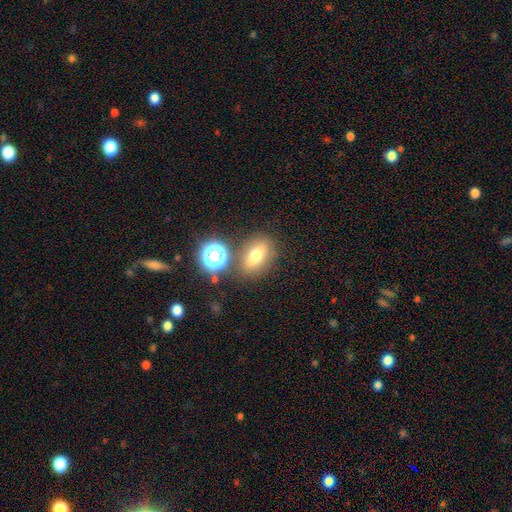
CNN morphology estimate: smooth-or-featured: smooth: 68% | featured or disk: 17% | star or artifact: 15%
  how-rounded: in between: 68% | round: 29% | cigar-shaped: 3%
  merging: none: 74% | minor disturbance: 12% | merger: 10% | major disturbance: 4%